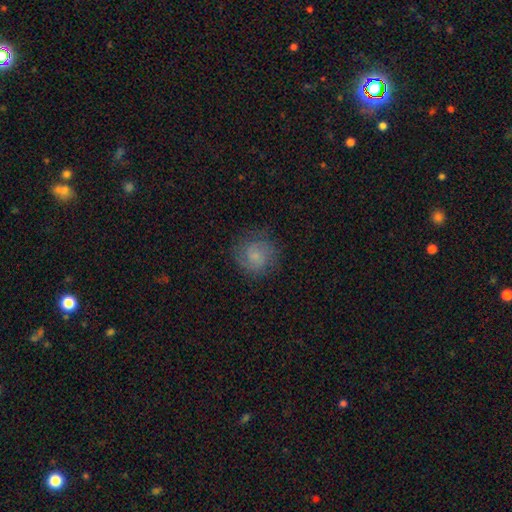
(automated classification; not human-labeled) This is possibly a smooth galaxy (48%). Merging: likely none (79%).